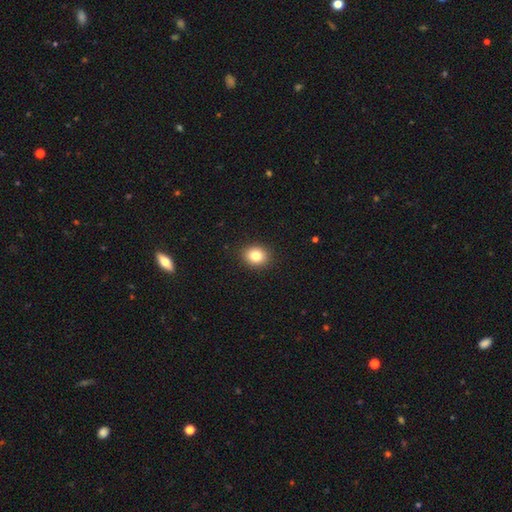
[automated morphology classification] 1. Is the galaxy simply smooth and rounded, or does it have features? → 82% smooth, 10% star or artifact, 7% featured or disk.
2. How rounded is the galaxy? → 60% round, 39% in between, 1% cigar-shaped.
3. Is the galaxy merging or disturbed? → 91% none, 6% minor disturbance, 2% major disturbance, 1% merger.